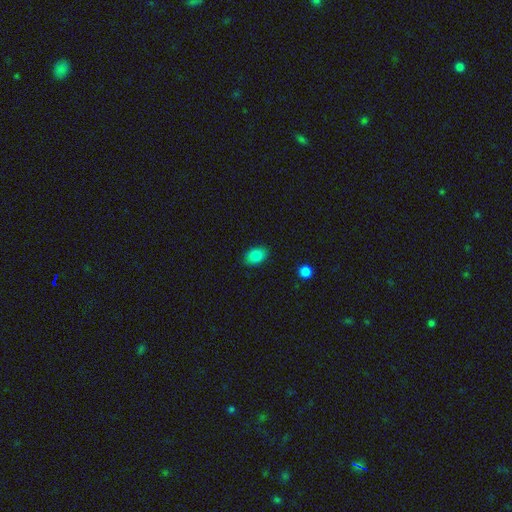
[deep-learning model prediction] smooth 85%, star or artifact 9%, featured or disk 7%. Down the decision tree: how rounded — in between (81%); merging — none (87%).